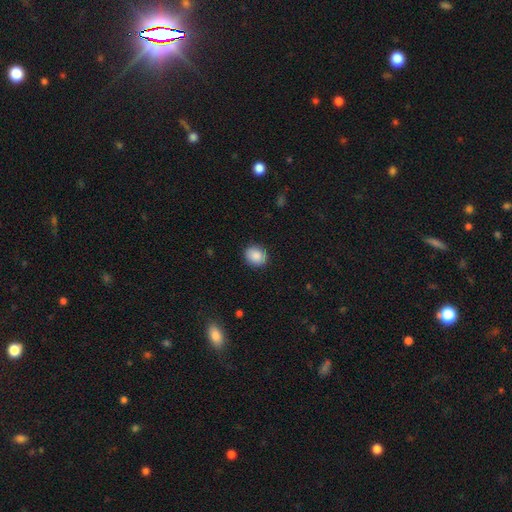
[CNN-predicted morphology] Smooth or featured? Predicted: smooth (p=0.88). How rounded? Predicted: round (p=0.63). Merging? Predicted: none (p=0.88).